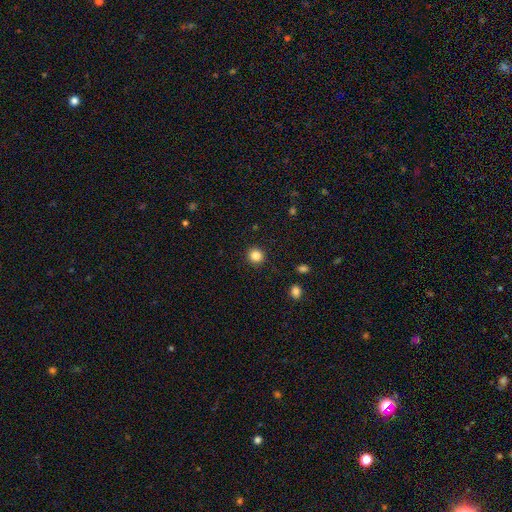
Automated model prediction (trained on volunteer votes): Morphology: type=smooth (85%); roundness=round (92%); merging=none (92%).